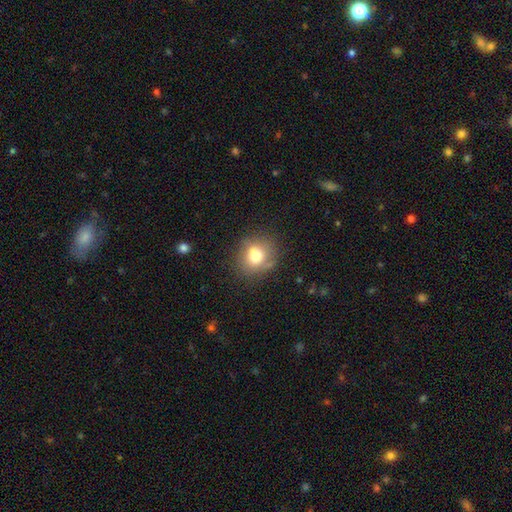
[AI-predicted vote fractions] smooth_or_featured: smooth (p=0.73) [alt: featured or disk p=0.16]
how_rounded: round (p=0.71) [alt: in between p=0.28]
merging: none (p=0.63) [alt: minor disturbance p=0.20]